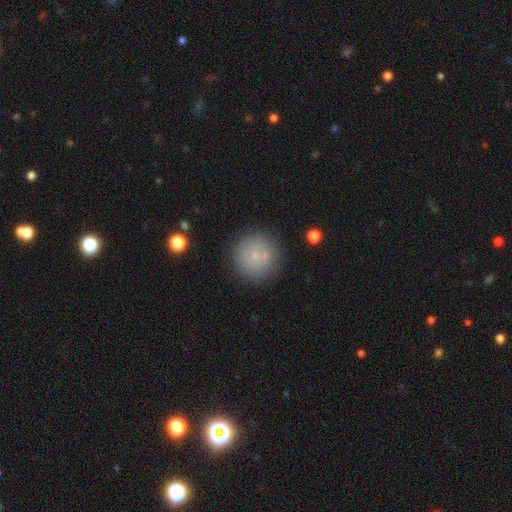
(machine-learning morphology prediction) Smooth or featured?
  - smooth: 76% *
  - featured or disk: 13%
  - star or artifact: 11%
How rounded?
  - round: 95% *
  - in between: 4%
  - cigar-shaped: 1%
Merging?
  - none: 81% *
  - minor disturbance: 9%
  - merger: 6%
  - major disturbance: 4%